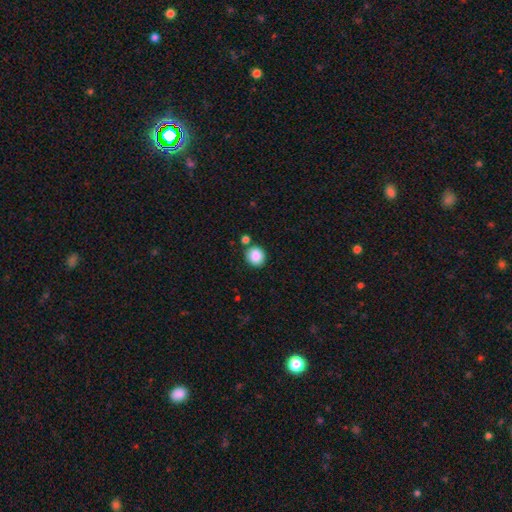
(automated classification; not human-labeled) This appears to be a smooth galaxy with no disk features (87%) that is round (80%). Merging: none (76%).